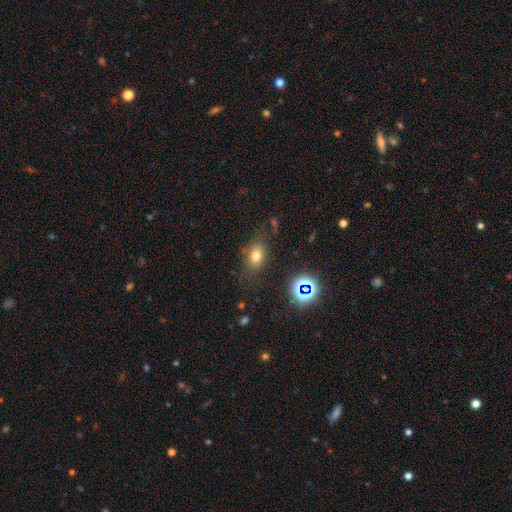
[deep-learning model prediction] Smooth or featured?
  - smooth: 70% *
  - star or artifact: 19%
  - featured or disk: 12%
How rounded?
  - in between: 73% *
  - round: 25%
  - cigar-shaped: 2%
Merging?
  - none: 76% *
  - minor disturbance: 15%
  - major disturbance: 6%
  - merger: 3%